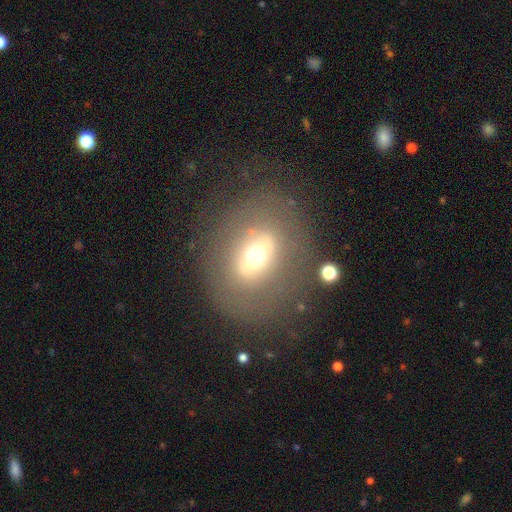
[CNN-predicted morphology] featured or disk 45%, smooth 43%, star or artifact 12%. Down the decision tree: merging — none (75%).